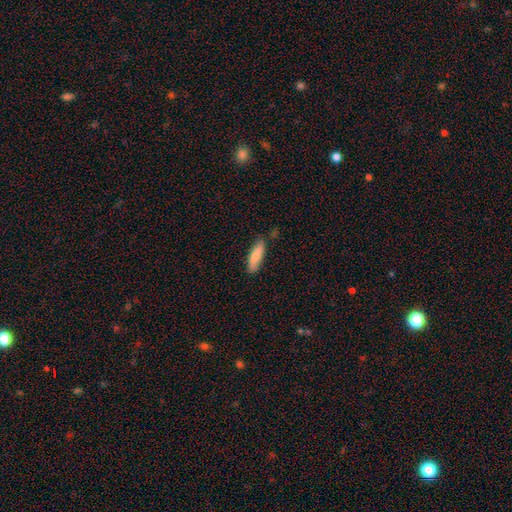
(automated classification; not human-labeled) Smooth or featured? Predicted: smooth (p=0.83). How rounded? Predicted: cigar-shaped (p=0.66). Merging? Predicted: none (p=0.80).